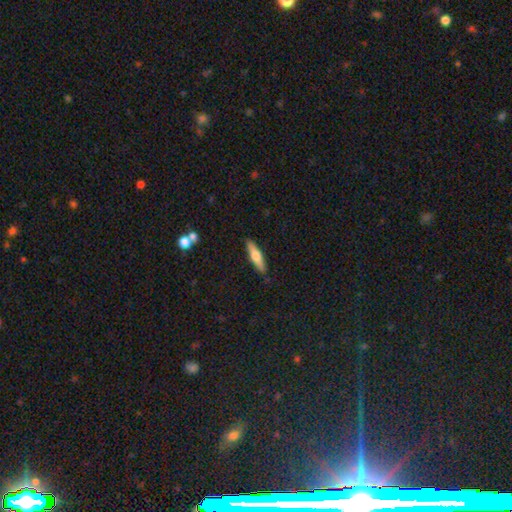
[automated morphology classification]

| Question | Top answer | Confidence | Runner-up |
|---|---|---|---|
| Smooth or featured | smooth | 51% | featured or disk (43%) |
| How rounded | cigar-shaped | 77% | in between (21%) |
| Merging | none | 89% | minor disturbance (8%) |